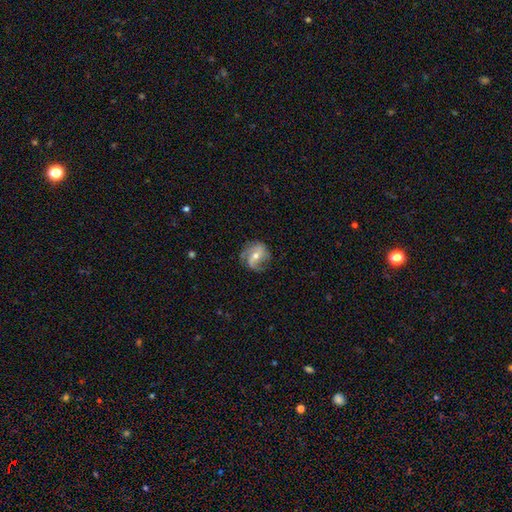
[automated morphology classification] This appears to be a featured or disk galaxy (75%) with a weak bar (41%), 2 (56%) medium (42%) spiral arms (92%) and a moderate central bulge (55%). Merging: none (69%).